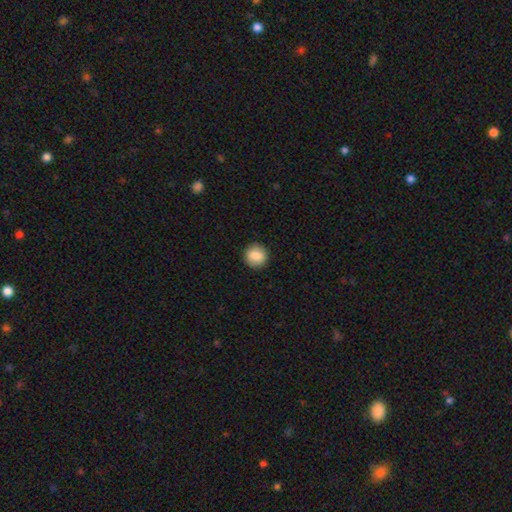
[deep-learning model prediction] smooth_or_featured: smooth (p=0.85) [alt: star or artifact p=0.08]
how_rounded: round (p=0.90) [alt: in between p=0.09]
merging: none (p=0.91) [alt: minor disturbance p=0.06]